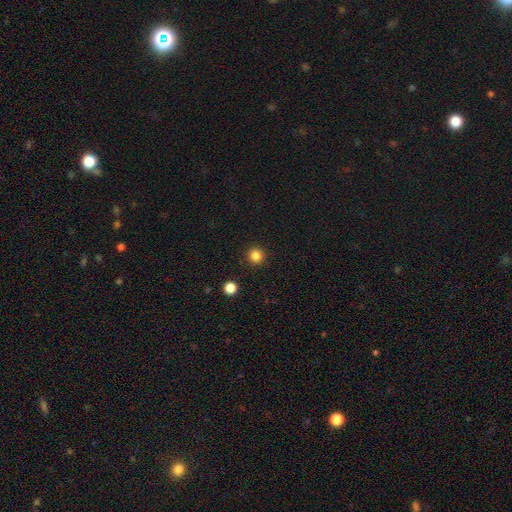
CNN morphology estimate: This appears to be a smooth galaxy with no disk features (84%) that is round (95%). Merging: none (93%).